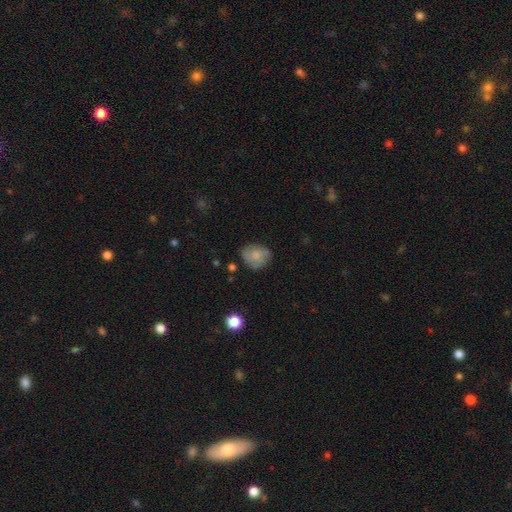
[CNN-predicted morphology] smooth 67%, featured or disk 25%, star or artifact 8%. Down the decision tree: how rounded — round (62%); merging — none (67%).